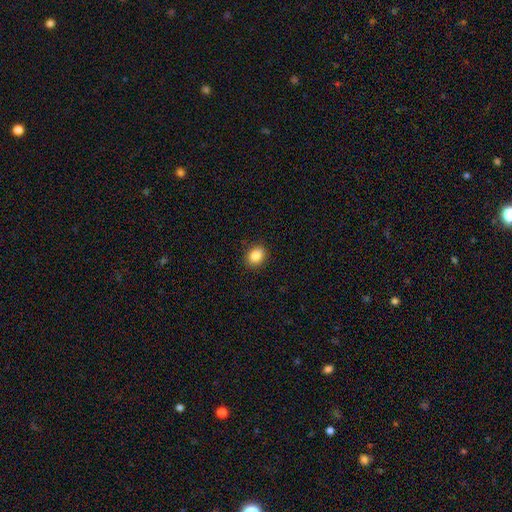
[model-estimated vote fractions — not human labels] Smooth or featured? Predicted: smooth (p=0.86). How rounded? Predicted: round (p=0.51). Merging? Predicted: none (p=0.89).